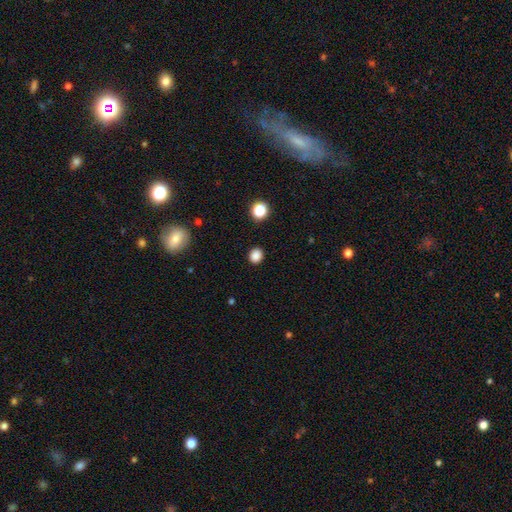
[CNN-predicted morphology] The model was most divided on "how rounded": round: 79%, in between: 20%, cigar-shaped: 1%. More confident: merging — none (91%); smooth or featured — smooth (86%).